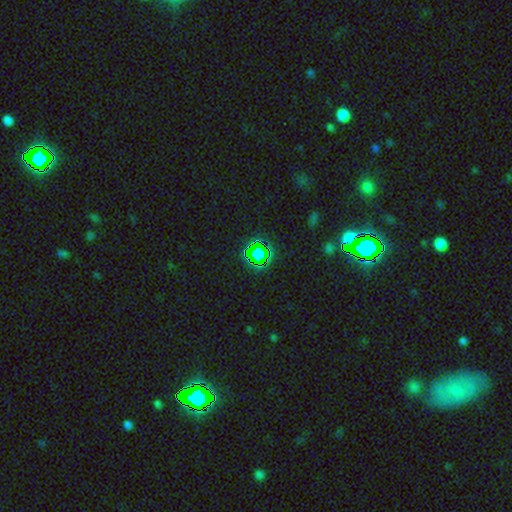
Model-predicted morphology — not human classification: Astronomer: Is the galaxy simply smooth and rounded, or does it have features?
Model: star or artifact — 72%.